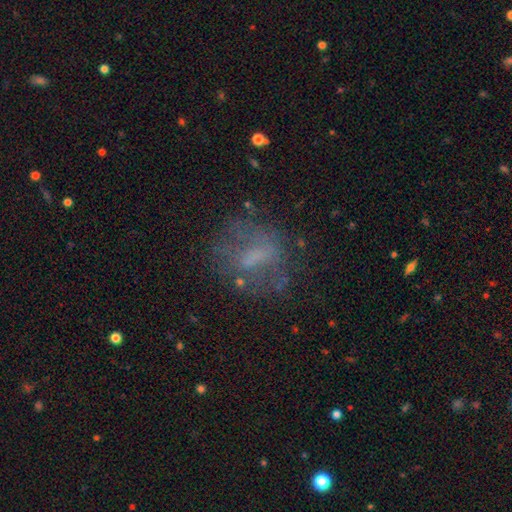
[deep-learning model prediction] smooth-or-featured: smooth: 43% | featured or disk: 41% | star or artifact: 16%
  merging: none: 62% | minor disturbance: 18% | major disturbance: 16% | merger: 4%